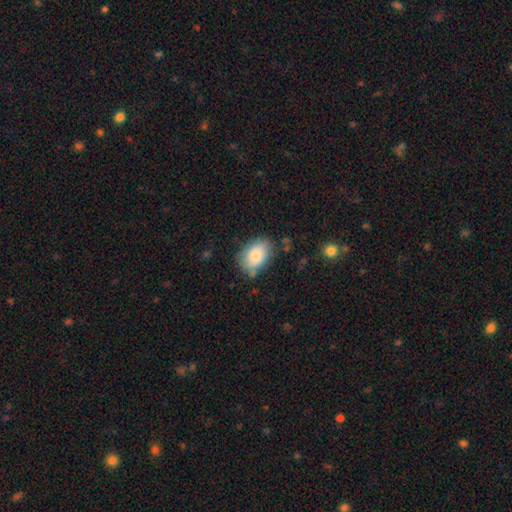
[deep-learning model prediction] Smooth or featured? smooth (82%)
How rounded? in between (83%)
Merging? none (68%)